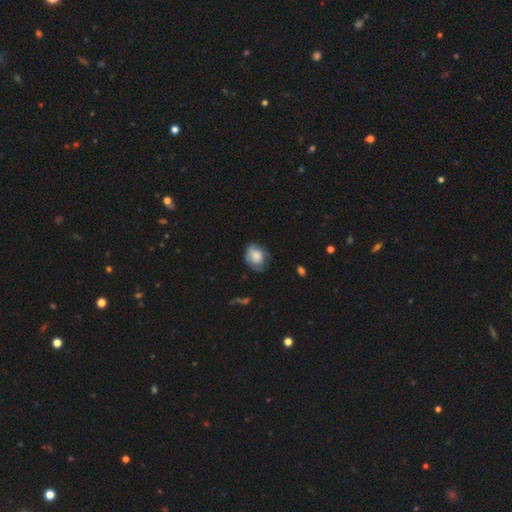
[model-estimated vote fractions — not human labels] smooth 70%, featured or disk 23%, star or artifact 7%. Down the decision tree: how rounded — in between (54%); merging — none (54%).